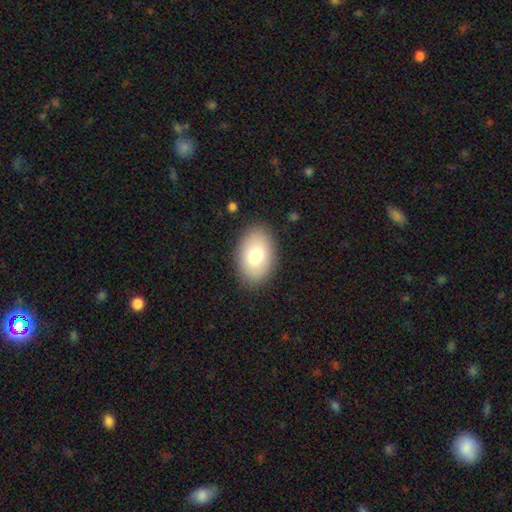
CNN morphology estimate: A smooth galaxy with no disk features (77%) that is in between round and cigar-shaped (89%).

Vote fractions:
- Smooth or featured? smooth: 77% / featured or disk: 15% / star or artifact: 7%
- How rounded? in between: 89% / round: 10% / cigar-shaped: 1%
- Merging? none: 87% / minor disturbance: 9% / major disturbance: 3% / merger: 1%